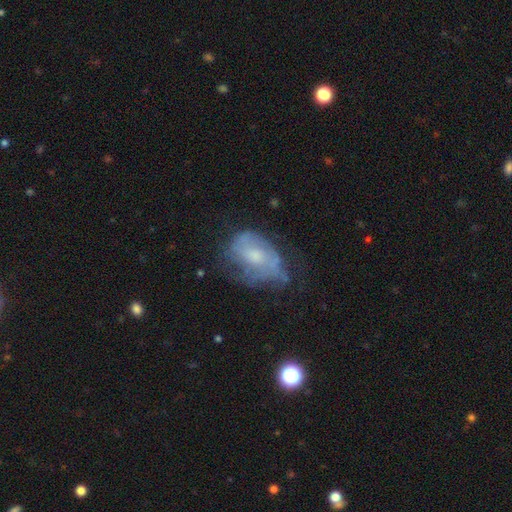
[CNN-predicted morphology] smooth-or-featured: featured or disk: 57% | smooth: 33% | star or artifact: 10%
  disk-edge-on: no: 96% | yes: 4%
    bar: no: 70% | weak: 26% | strong: 4%
    has-spiral-arms: yes: 59% | no: 41%
    bulge-size: moderate: 45% | small: 36% | none: 12% | large: 6% | dominant: 1%
  merging: none: 41% | minor disturbance: 31% | major disturbance: 24% | merger: 3%